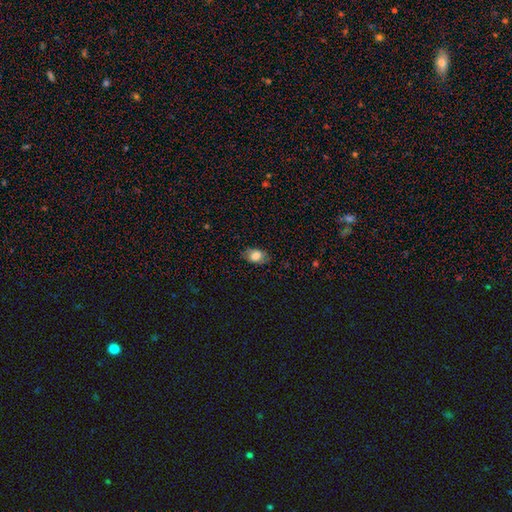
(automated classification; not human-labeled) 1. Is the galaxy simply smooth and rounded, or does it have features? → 76% smooth, 16% featured or disk, 8% star or artifact.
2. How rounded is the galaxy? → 87% in between, 11% round, 2% cigar-shaped.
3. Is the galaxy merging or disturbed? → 78% none, 17% minor disturbance, 4% major disturbance, 1% merger.